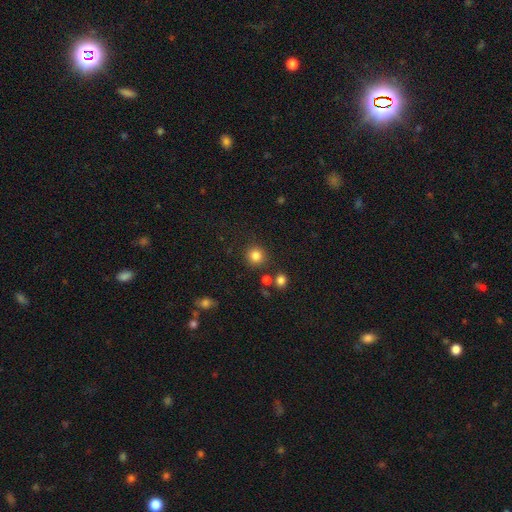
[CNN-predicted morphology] A smooth galaxy with no disk features (84%) that is round (93%).

Vote fractions:
- Smooth or featured? smooth: 84% / star or artifact: 12% / featured or disk: 5%
- How rounded? round: 93% / in between: 6% / cigar-shaped: 1%
- Merging? none: 86% / minor disturbance: 7% / merger: 4% / major disturbance: 3%